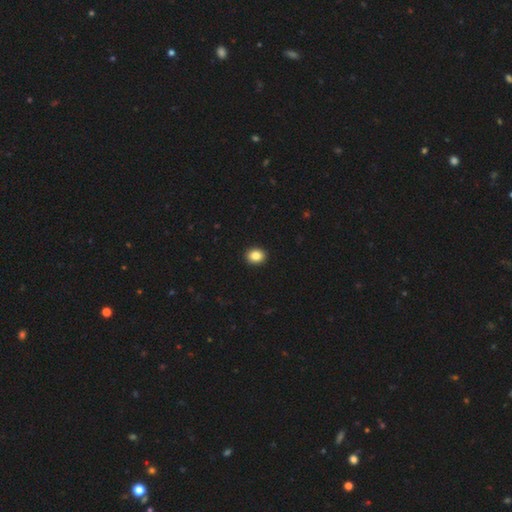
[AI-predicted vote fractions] Smooth or featured? smooth (86%)
How rounded? round (55%)
Merging? none (92%)